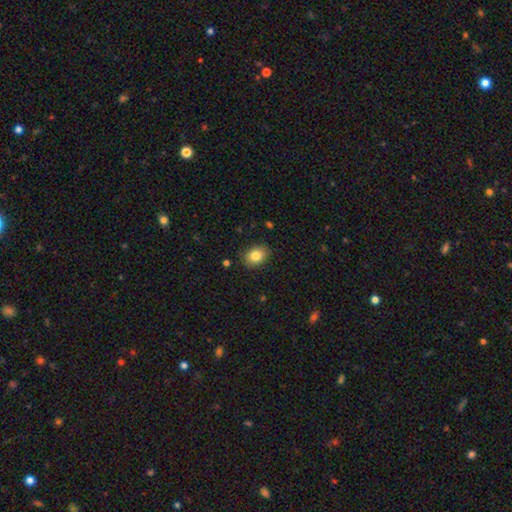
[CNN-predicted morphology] smooth-or-featured: smooth: 82% | star or artifact: 9% | featured or disk: 9%
  how-rounded: in between: 62% | round: 37% | cigar-shaped: 1%
  merging: none: 87% | minor disturbance: 10% | major disturbance: 2% | merger: 1%